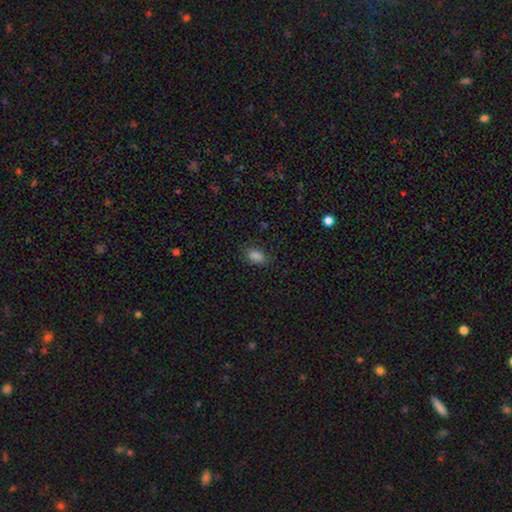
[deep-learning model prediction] A smooth galaxy with no disk features (84%) that is in between round and cigar-shaped (88%).

Vote fractions:
- Smooth or featured? smooth: 84% / star or artifact: 11% / featured or disk: 4%
- How rounded? in between: 88% / round: 9% / cigar-shaped: 3%
- Merging? none: 81% / minor disturbance: 14% / major disturbance: 4% / merger: 1%